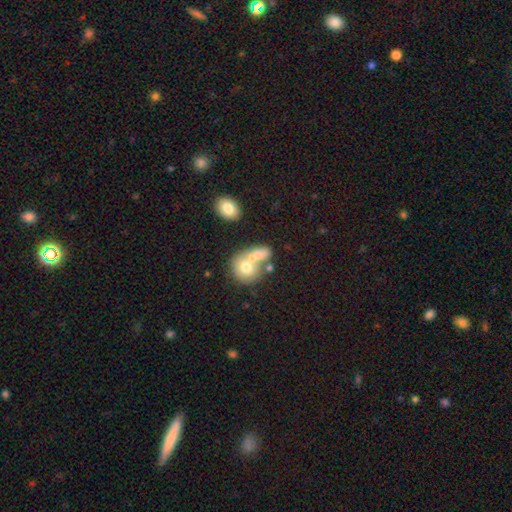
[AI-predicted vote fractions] Smooth or featured: smooth — 65% (featured or disk — 26%)
How rounded: round — 60% (in between — 39%)
Merging: merger — 64% (none — 22%)